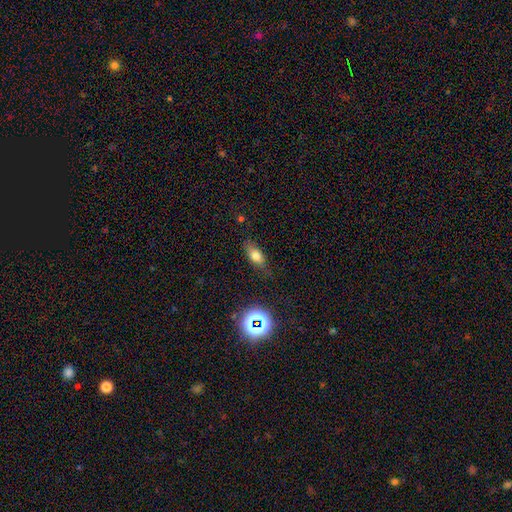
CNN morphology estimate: This is likely a smooth galaxy (71%). How rounded: likely in between (79%). Merging: likely none (76%).